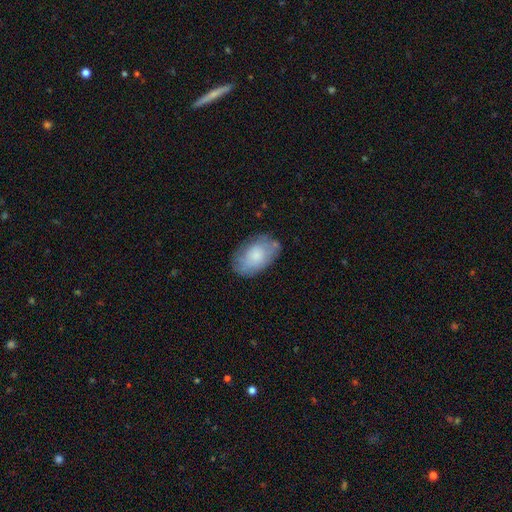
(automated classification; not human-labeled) Smooth or featured?
  - smooth: 72% *
  - featured or disk: 22%
  - star or artifact: 6%
How rounded?
  - in between: 92% *
  - round: 7%
  - cigar-shaped: 1%
Merging?
  - none: 70% *
  - minor disturbance: 22%
  - major disturbance: 6%
  - merger: 3%